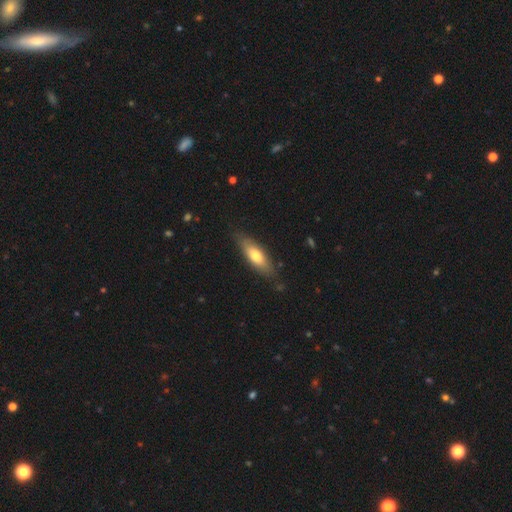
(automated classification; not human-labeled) smooth-or-featured: smooth: 66% | featured or disk: 28% | star or artifact: 6%
  how-rounded: in between: 57% | cigar-shaped: 41% | round: 2%
  merging: none: 80% | minor disturbance: 15% | major disturbance: 3% | merger: 2%